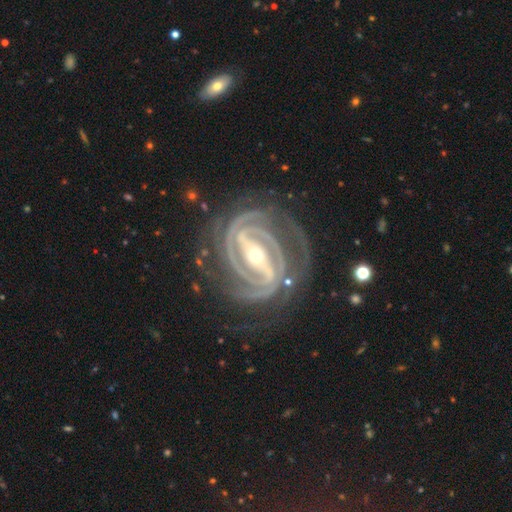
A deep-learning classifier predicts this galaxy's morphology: Smooth or featured?
  - featured or disk: 94% *
  - star or artifact: 4%
  - smooth: 2%
Edge-on disk?
  - no: 97% *
  - yes: 3%
Bar?
  - strong: 72% *
  - weak: 19%
  - no: 10%
Spiral arms?
  - yes: 99% *
  - no: 1%
Spiral winding?
  - tight: 78% *
  - medium: 19%
  - loose: 3%
Spiral arm count?
  - 3: 34% *
  - 2: 29%
  - 4: 17%
  - can't tell: 8%
  - more than 4: 6%
  - 1: 5%
Bulge size?
  - small: 49% *
  - moderate: 47%
  - large: 2%
  - dominant: 1%
  - none: 1%
Merging?
  - none: 73% *
  - minor disturbance: 17%
  - major disturbance: 8%
  - merger: 2%